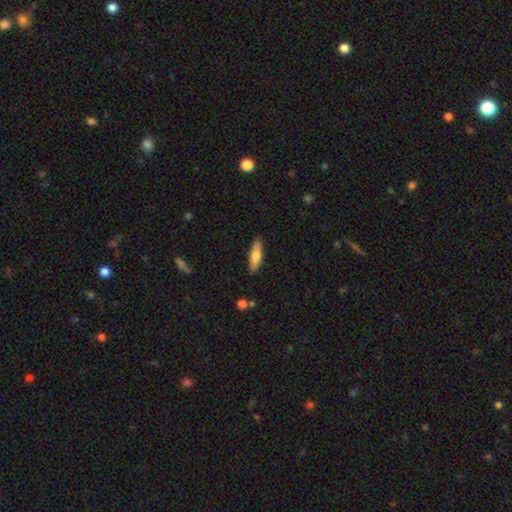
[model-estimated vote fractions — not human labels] Overall: smooth (65%; featured or disk 29%). How rounded: cigar-shaped (66%; in between 32%). Merging: none (87%).